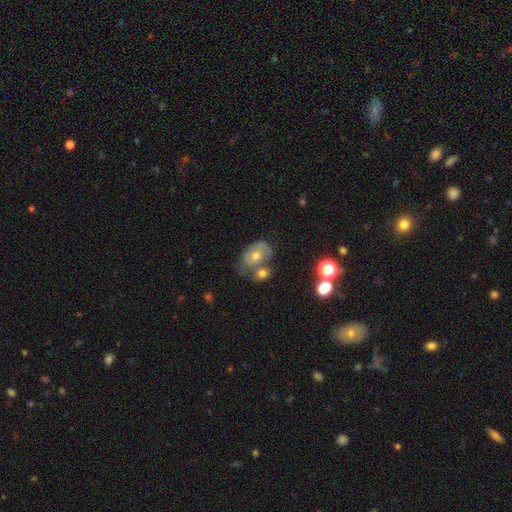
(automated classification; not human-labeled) The model was most divided on "smooth or featured": smooth: 45%, featured or disk: 41%, star or artifact: 14%. Remaining: merging — none (40%).